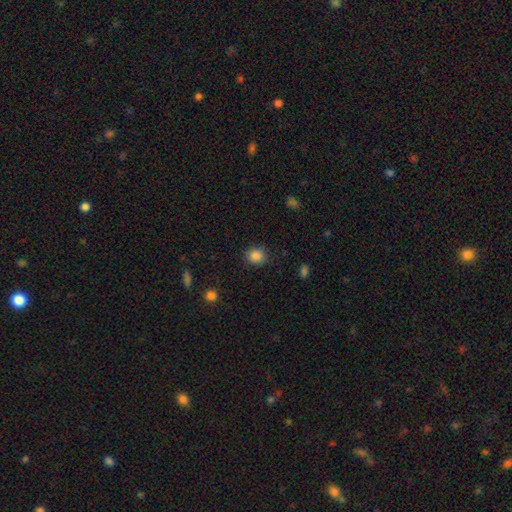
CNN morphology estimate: Overall: smooth (86%). How rounded: round (82%). Merging: none (87%).